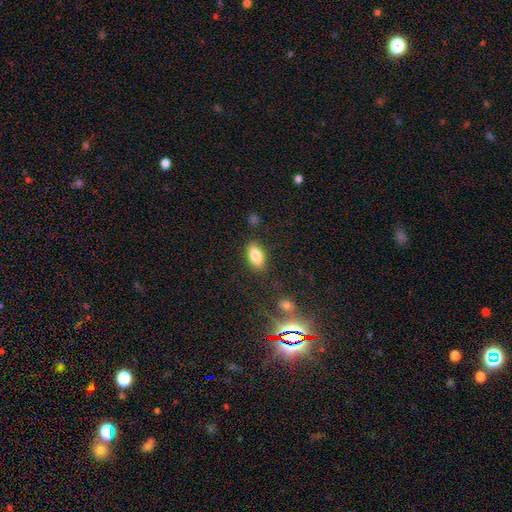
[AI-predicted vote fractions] Smooth or featured? Predicted: smooth (p=0.81). How rounded? Predicted: in between (p=0.91). Merging? Predicted: none (p=0.85).